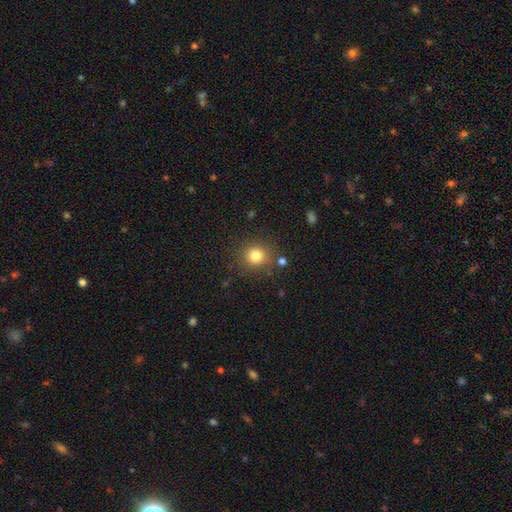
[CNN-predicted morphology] Q: Smooth or featured?
A: smooth (80%); runner-up: star or artifact (13%)
Q: How rounded?
A: round (89%); runner-up: in between (10%)
Q: Merging?
A: none (82%); runner-up: minor disturbance (10%)